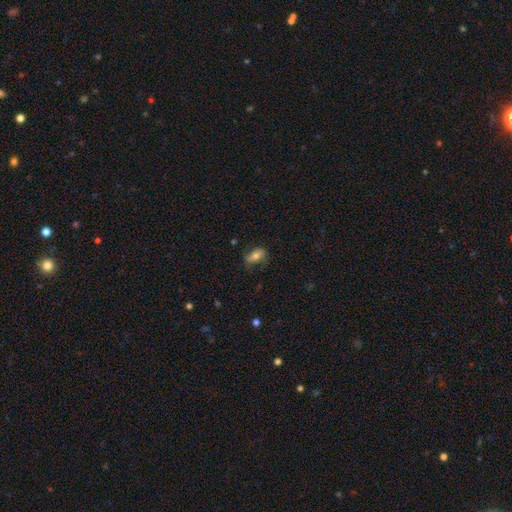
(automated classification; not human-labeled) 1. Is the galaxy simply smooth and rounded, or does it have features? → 62% smooth, 28% featured or disk, 9% star or artifact.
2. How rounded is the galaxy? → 84% in between, 8% round, 7% cigar-shaped.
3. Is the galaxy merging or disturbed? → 67% none, 23% minor disturbance, 8% major disturbance, 2% merger.